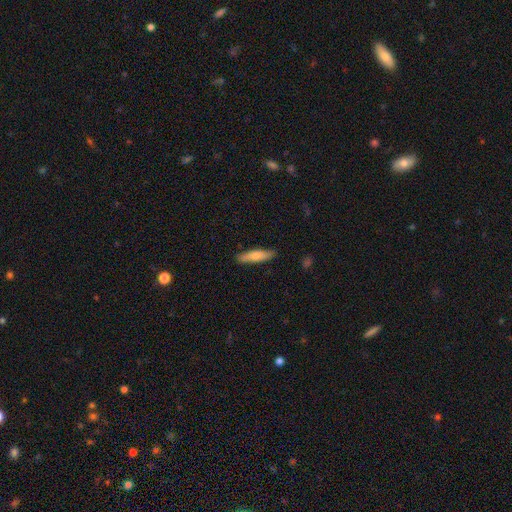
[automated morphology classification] The model was most divided on "smooth or featured": smooth: 72%, featured or disk: 23%, star or artifact: 6%. More confident: merging — none (85%); how rounded — cigar-shaped (76%).